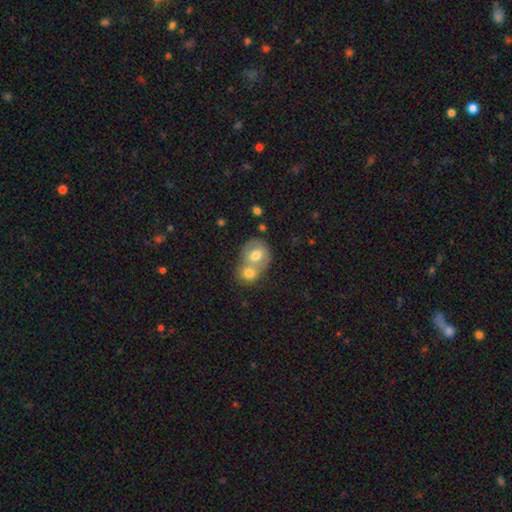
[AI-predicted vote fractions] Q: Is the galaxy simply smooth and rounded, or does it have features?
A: smooth — 65%.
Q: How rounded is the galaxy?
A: round — 65%.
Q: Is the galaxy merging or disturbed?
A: merger — 68%.